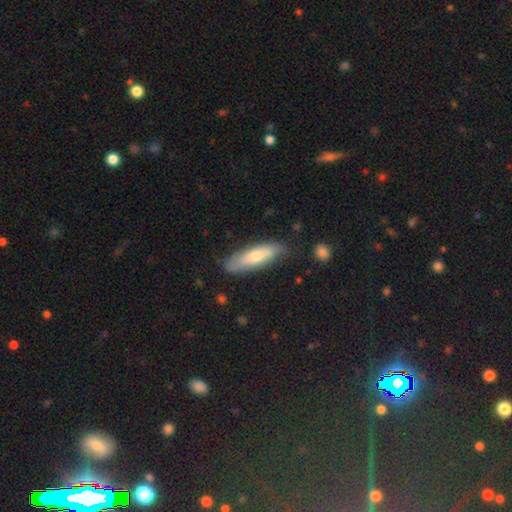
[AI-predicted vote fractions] The model was most divided on "smooth or featured": smooth: 53%, featured or disk: 36%, star or artifact: 12%. More confident: merging — none (81%); how rounded — cigar-shaped (59%).